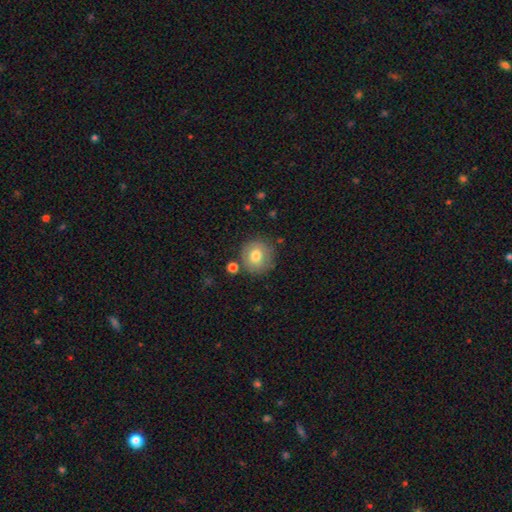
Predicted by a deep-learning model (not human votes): The model was most divided on "smooth or featured": smooth: 74%, featured or disk: 17%, star or artifact: 9%. More confident: how rounded — round (91%); merging — none (79%).